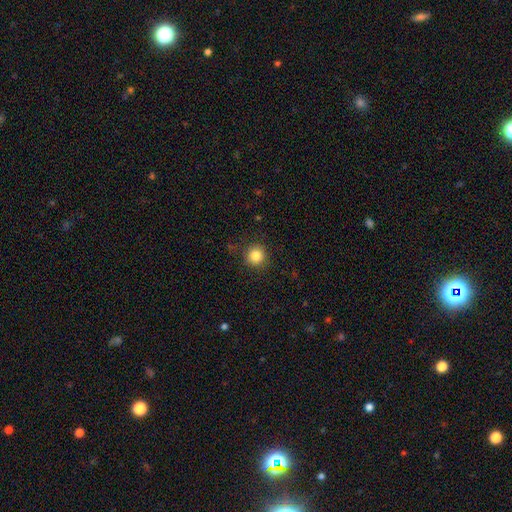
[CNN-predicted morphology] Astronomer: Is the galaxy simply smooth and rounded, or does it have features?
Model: smooth — 84%.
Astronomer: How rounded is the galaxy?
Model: round — 94%.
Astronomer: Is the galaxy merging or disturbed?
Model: none — 90%.